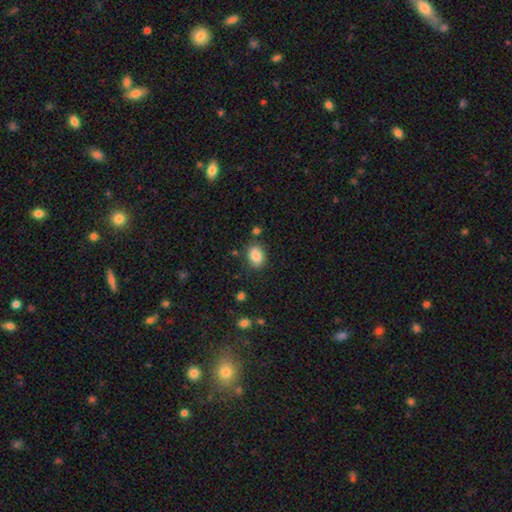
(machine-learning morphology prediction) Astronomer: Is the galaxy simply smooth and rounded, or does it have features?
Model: smooth — 86%.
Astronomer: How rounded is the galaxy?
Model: in between — 78%.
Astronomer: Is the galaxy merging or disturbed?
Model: none — 80%.